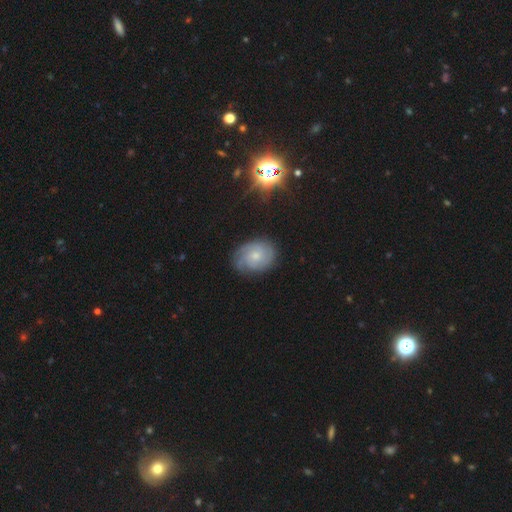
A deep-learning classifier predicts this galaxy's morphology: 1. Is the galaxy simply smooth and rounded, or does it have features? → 70% featured or disk, 22% smooth, 9% star or artifact.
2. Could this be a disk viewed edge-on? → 97% no, 3% yes.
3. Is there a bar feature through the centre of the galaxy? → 78% no, 19% weak, 2% strong.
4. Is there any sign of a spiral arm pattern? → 93% yes, 7% no.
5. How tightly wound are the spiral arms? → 66% tight, 27% medium, 8% loose.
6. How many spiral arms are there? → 38% can't tell, 23% 3, 16% 2, 12% 4, 6% 1, 5% more than 4.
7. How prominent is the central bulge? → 61% small, 34% moderate, 3% none, 2% large, 1% dominant.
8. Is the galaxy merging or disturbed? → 74% none, 19% minor disturbance, 6% major disturbance, 1% merger.